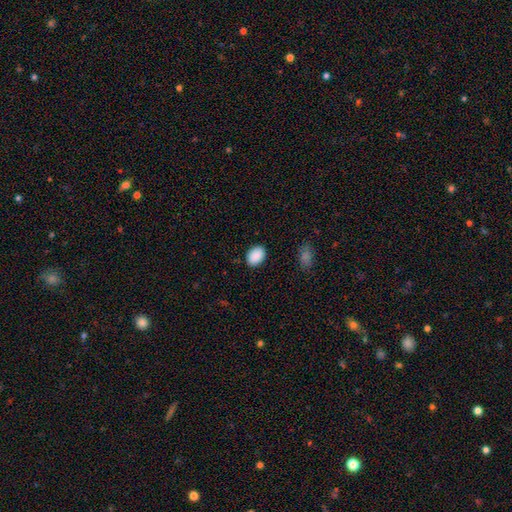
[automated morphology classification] smooth-or-featured: smooth: 90% | star or artifact: 7% | featured or disk: 3%
  how-rounded: in between: 80% | round: 19% | cigar-shaped: 1%
  merging: none: 88% | minor disturbance: 9% | major disturbance: 2% | merger: 1%